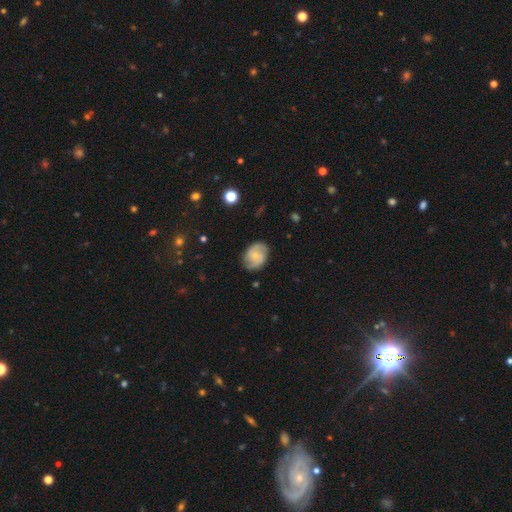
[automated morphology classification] The model was most divided on "spiral winding": medium: 47%, tight: 33%, loose: 20%. More confident: edge-on disk — no (97%); spiral arms — yes (93%); merging — none (81%); spiral arm count — 2 (80%); smooth or featured — featured or disk (65%); bar — no (58%); bulge size — small (56%).